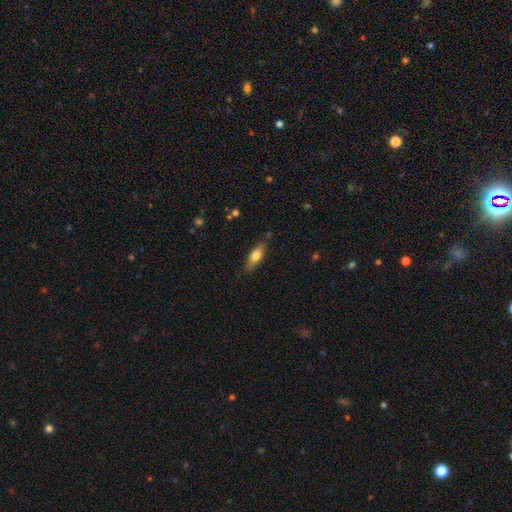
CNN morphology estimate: Smooth or featured? Predicted: smooth (p=0.67). How rounded? Predicted: in between (p=0.55). Merging? Predicted: none (p=0.80).